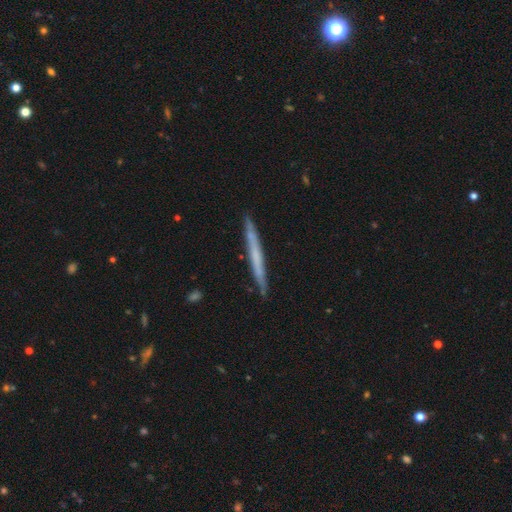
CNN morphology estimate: This appears to be a featured or disk galaxy (48%). Merging: none (89%).